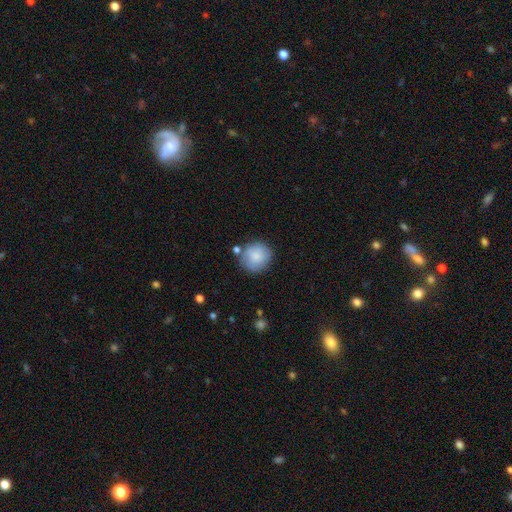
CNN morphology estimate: Smooth or featured?
  - smooth: 83% *
  - featured or disk: 11%
  - star or artifact: 7%
How rounded?
  - round: 90% *
  - in between: 9%
  - cigar-shaped: 1%
Merging?
  - none: 74% *
  - minor disturbance: 15%
  - merger: 7%
  - major disturbance: 4%